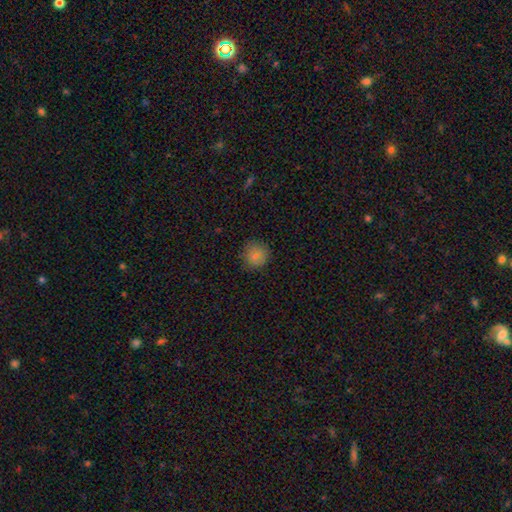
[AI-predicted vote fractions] Morphology: type=smooth (80%); roundness=round (88%); merging=none (82%).